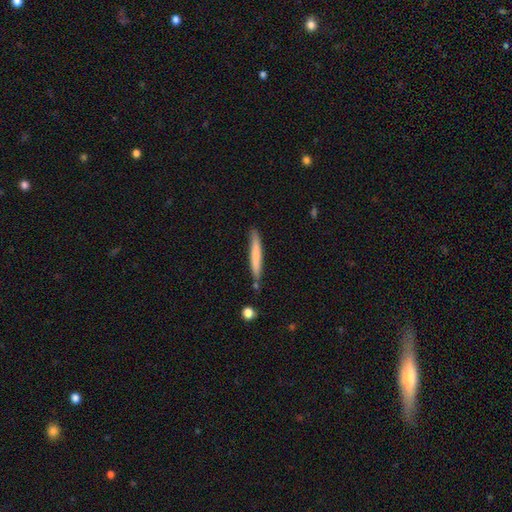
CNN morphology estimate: Smooth or featured? smooth (71%)
How rounded? cigar-shaped (95%)
Merging? none (80%)